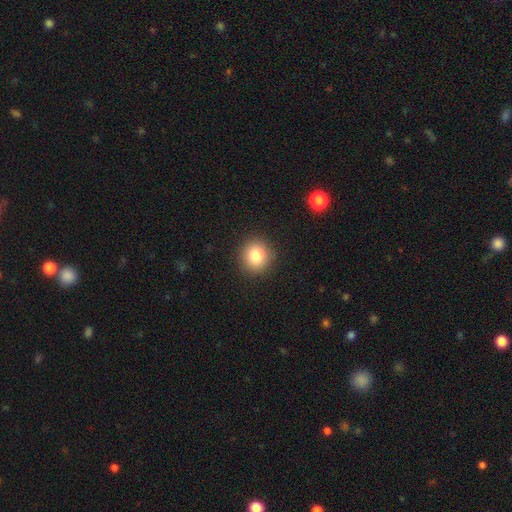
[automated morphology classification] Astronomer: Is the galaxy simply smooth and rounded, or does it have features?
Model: smooth — 83%.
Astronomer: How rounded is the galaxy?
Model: round — 88%.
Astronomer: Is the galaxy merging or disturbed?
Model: none — 89%.